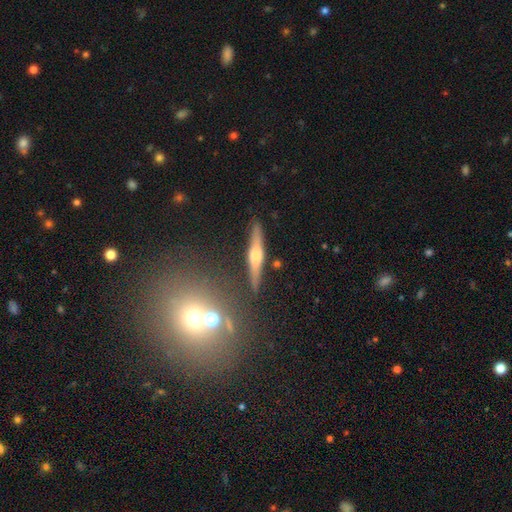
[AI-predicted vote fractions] A featured or disk galaxy (61%) viewed edge-on (95%) with a rounded central bulge (85%). Merging: none (86%).